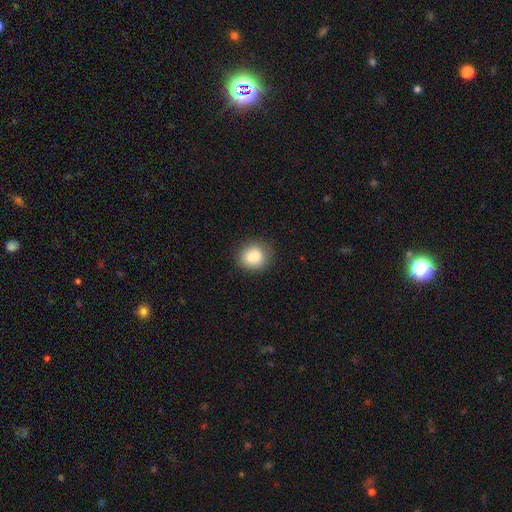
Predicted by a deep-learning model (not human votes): smooth-or-featured: smooth: 78% | featured or disk: 13% | star or artifact: 9%
  how-rounded: round: 78% | in between: 21% | cigar-shaped: 1%
  merging: none: 62% | merger: 21% | minor disturbance: 14% | major disturbance: 4%